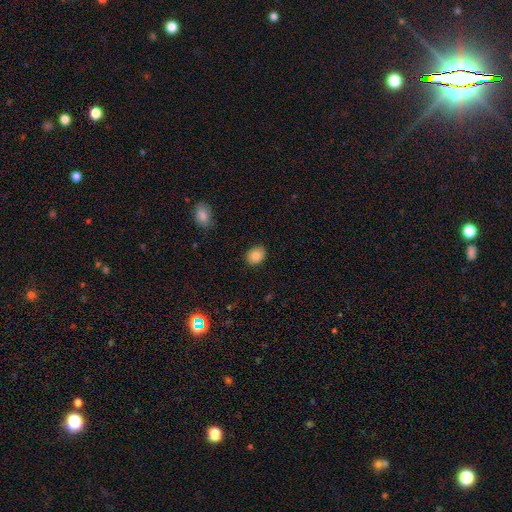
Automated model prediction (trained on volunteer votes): Q: Smooth or featured?
A: smooth (84%); runner-up: star or artifact (9%)
Q: How rounded?
A: in between (54%); runner-up: round (45%)
Q: Merging?
A: none (88%); runner-up: minor disturbance (9%)